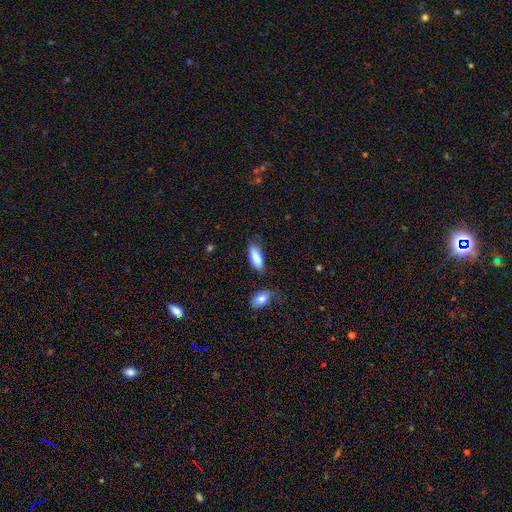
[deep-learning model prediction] Q: Smooth or featured?
A: smooth (87%); runner-up: featured or disk (7%)
Q: How rounded?
A: in between (73%); runner-up: cigar-shaped (25%)
Q: Merging?
A: none (72%); runner-up: minor disturbance (19%)